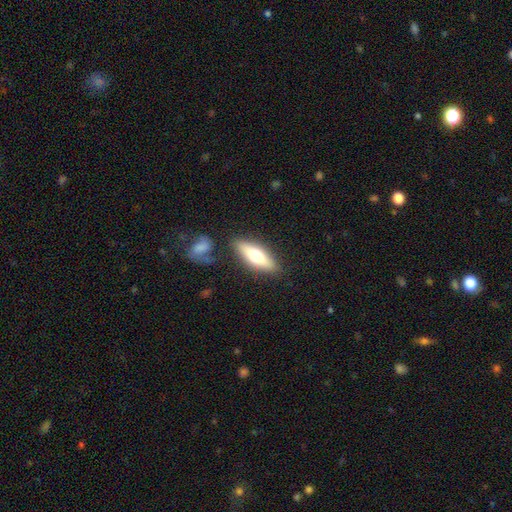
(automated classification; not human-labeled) smooth-or-featured: smooth: 59% | featured or disk: 35% | star or artifact: 6%
  how-rounded: in between: 52% | cigar-shaped: 45% | round: 2%
  merging: none: 80% | minor disturbance: 12% | merger: 5% | major disturbance: 3%